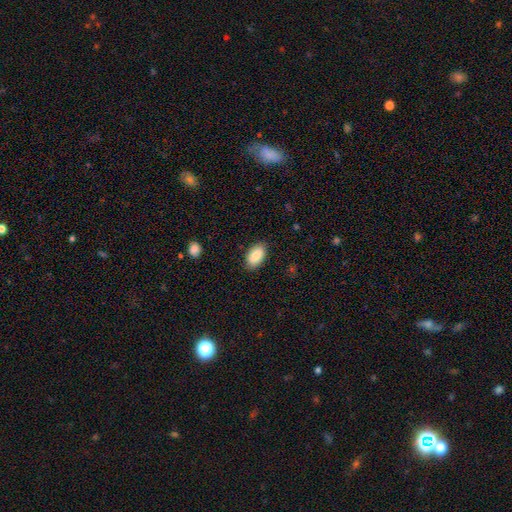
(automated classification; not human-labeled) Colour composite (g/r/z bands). It shows a smooth galaxy with no disk features (86%) that is in between round and cigar-shaped (94%). Merging: none (86%).